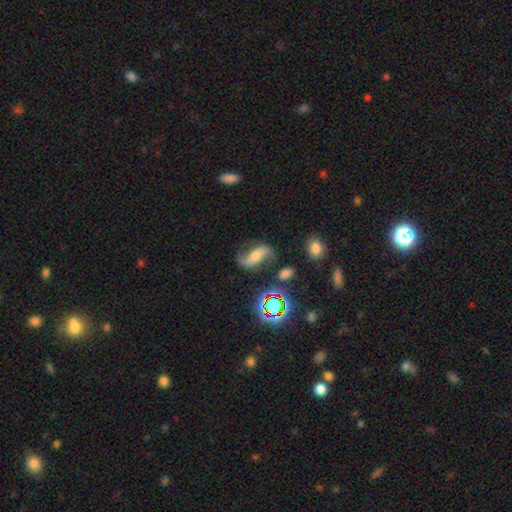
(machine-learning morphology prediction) smooth-or-featured: featured or disk: 71% | smooth: 16% | star or artifact: 12%
  disk-edge-on: no: 93% | yes: 7%
    bar: strong: 37% | no: 34% | weak: 29%
    has-spiral-arms: yes: 92% | no: 8%
      spiral-winding: loose: 73% | medium: 20% | tight: 6%
      spiral-arm-count: 2: 90% | 1: 4% | can't tell: 3% | 3: 1% | 4: 1% | more than 4: 1%
    bulge-size: moderate: 48% | small: 33% | large: 9% | none: 6% | dominant: 3%
  merging: none: 70% | minor disturbance: 17% | major disturbance: 9% | merger: 4%